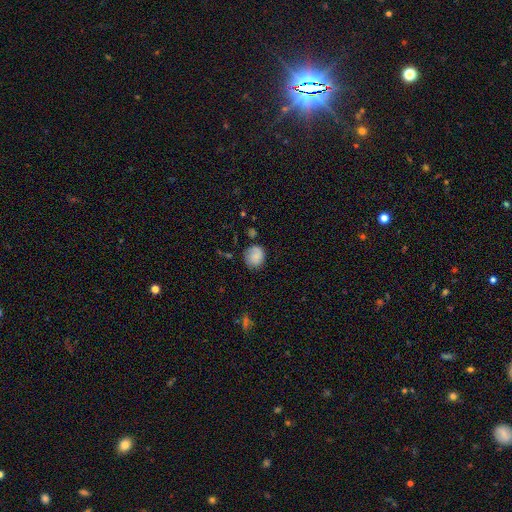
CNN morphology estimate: A smooth galaxy with no disk features (72%) that is round (78%).

Vote fractions:
- Smooth or featured? smooth: 72% / featured or disk: 19% / star or artifact: 9%
- How rounded? round: 78% / in between: 21% / cigar-shaped: 1%
- Merging? none: 68% / minor disturbance: 23% / major disturbance: 6% / merger: 3%